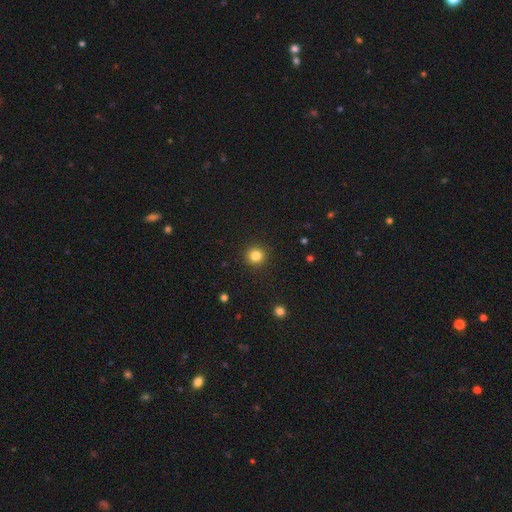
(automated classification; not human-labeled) The model was most divided on "smooth or featured": smooth: 83%, star or artifact: 12%, featured or disk: 5%. More confident: how rounded — round (93%); merging — none (92%).